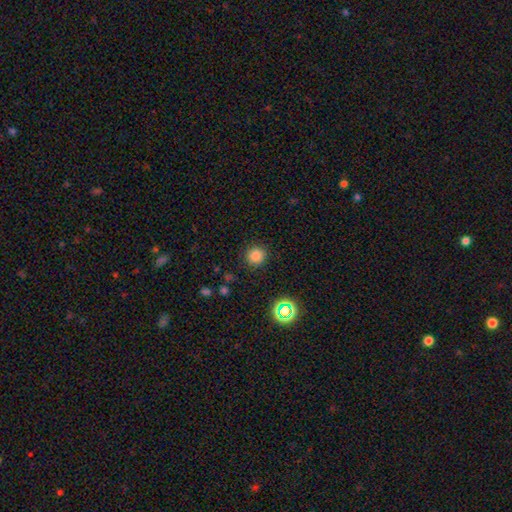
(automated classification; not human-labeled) smooth 80%, star or artifact 16%, featured or disk 4%. Down the decision tree: how rounded — round (93%); merging — none (88%).